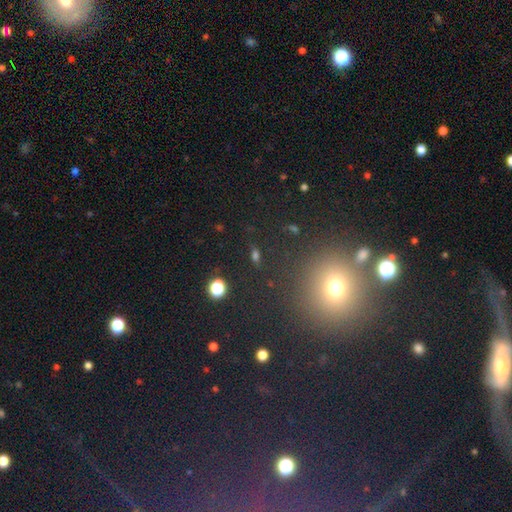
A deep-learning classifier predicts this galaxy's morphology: Smooth or featured? smooth (55%)
How rounded? in between (46%)
Merging? none (82%)